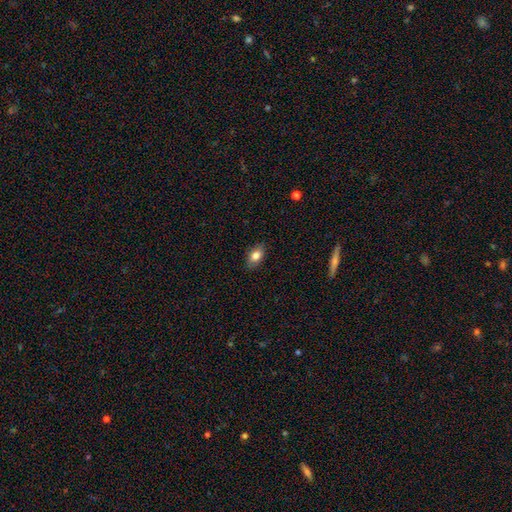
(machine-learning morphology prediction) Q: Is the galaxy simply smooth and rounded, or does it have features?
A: smooth — 80%.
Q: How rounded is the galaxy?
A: in between — 88%.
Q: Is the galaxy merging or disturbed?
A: none — 86%.